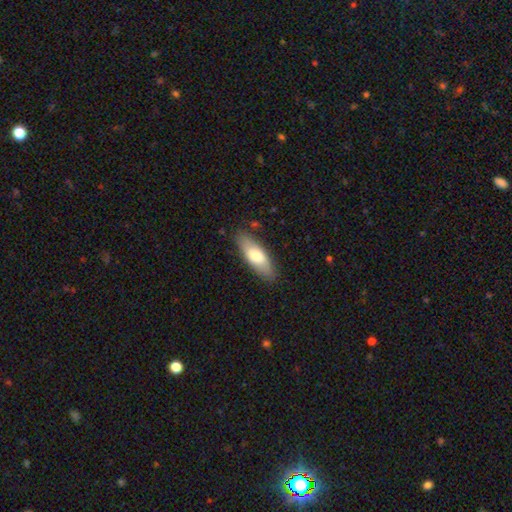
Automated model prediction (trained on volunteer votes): Smooth or featured? Predicted: smooth (p=0.71). How rounded? Predicted: in between (p=0.63). Merging? Predicted: none (p=0.84).